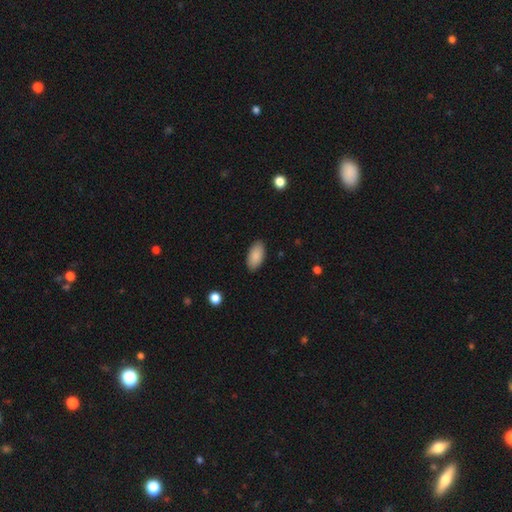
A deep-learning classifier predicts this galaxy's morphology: A smooth galaxy with no disk features (89%) that is in between round and cigar-shaped (94%). Merging: none (88%).